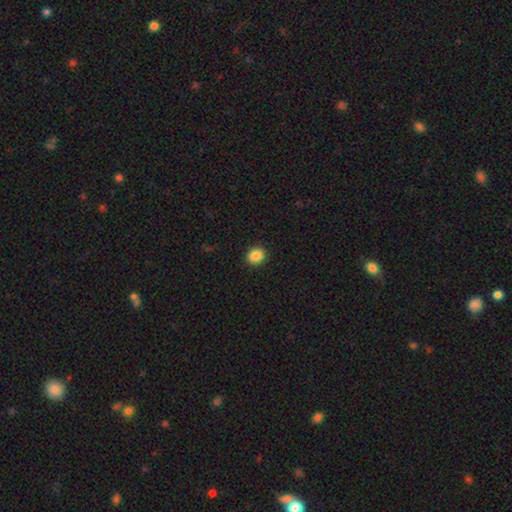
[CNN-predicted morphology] Smooth or featured? Predicted: smooth (p=0.87). How rounded? Predicted: round (p=0.75). Merging? Predicted: none (p=0.92).